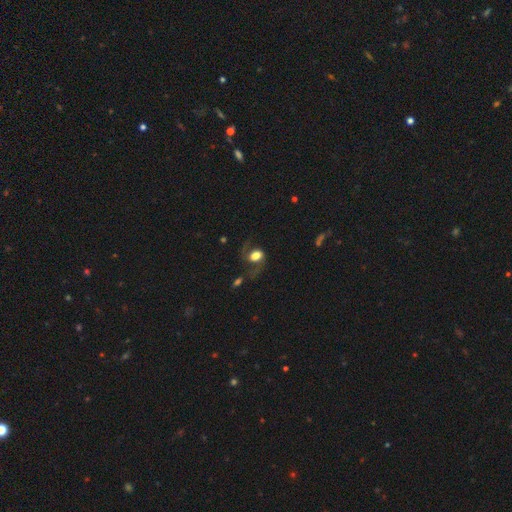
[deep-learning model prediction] Morphology: type=featured or disk (49%); merging=none (46%).